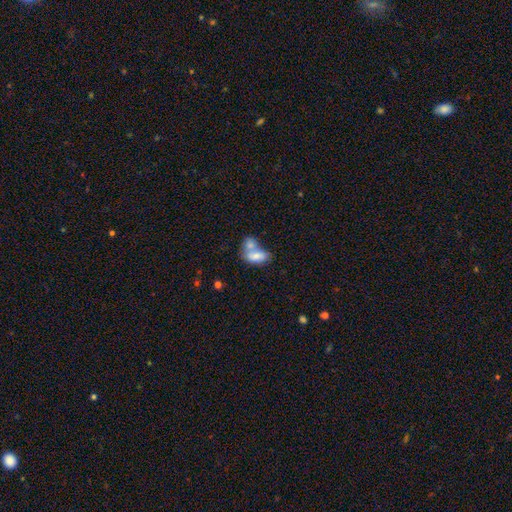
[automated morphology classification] Smooth or featured?
  - smooth: 73% *
  - featured or disk: 20%
  - star or artifact: 8%
How rounded?
  - in between: 87% *
  - round: 9%
  - cigar-shaped: 4%
Merging?
  - merger: 67% *
  - none: 19%
  - minor disturbance: 9%
  - major disturbance: 6%